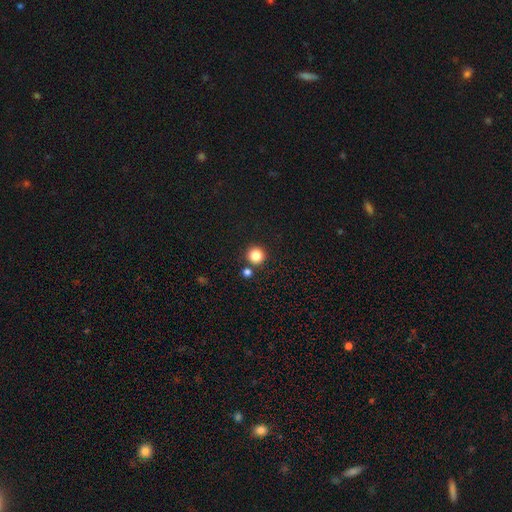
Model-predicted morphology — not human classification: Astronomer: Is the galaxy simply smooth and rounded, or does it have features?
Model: smooth — 85%.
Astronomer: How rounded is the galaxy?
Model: round — 95%.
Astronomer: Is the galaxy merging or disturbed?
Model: none — 84%.